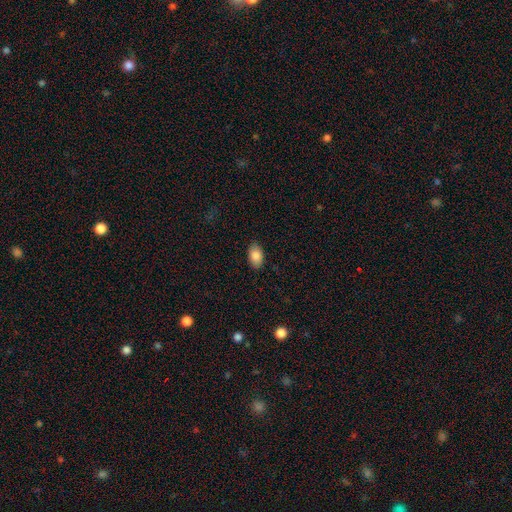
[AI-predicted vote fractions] smooth_or_featured: smooth (p=0.86) [alt: featured or disk p=0.07]
how_rounded: in between (p=0.92) [alt: round p=0.07]
merging: none (p=0.87) [alt: minor disturbance p=0.10]